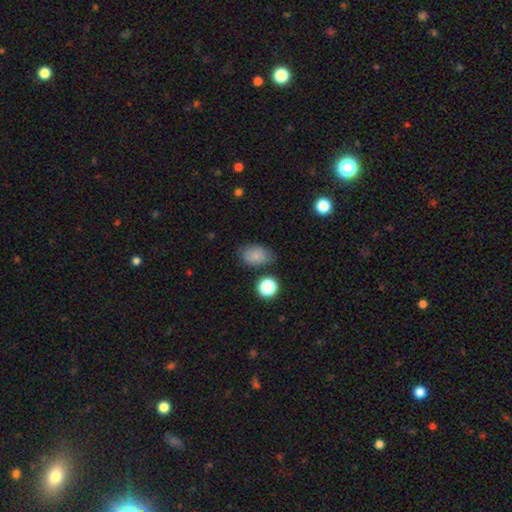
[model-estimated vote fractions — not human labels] Smooth or featured? Predicted: smooth (p=0.80). How rounded? Predicted: in between (p=0.82). Merging? Predicted: none (p=0.70).